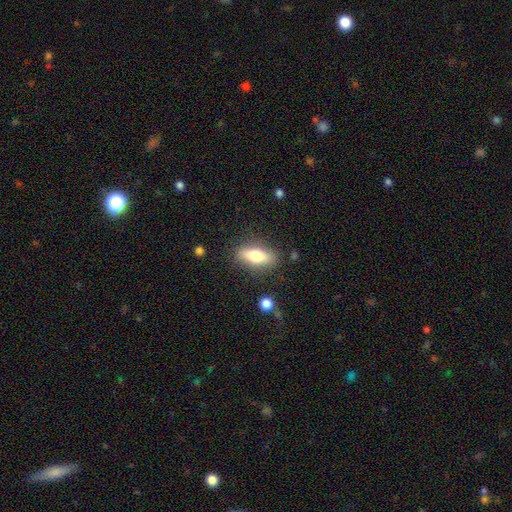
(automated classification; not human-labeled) Smooth or featured? smooth (66%)
How rounded? in between (66%)
Merging? none (84%)